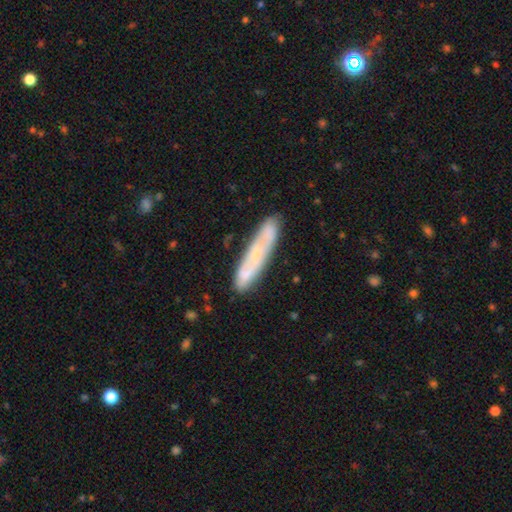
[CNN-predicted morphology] A featured or disk galaxy (47%).

Vote fractions:
- Smooth or featured? featured or disk: 47% / smooth: 46% / star or artifact: 7%
- Merging? none: 80% / minor disturbance: 14% / merger: 3% / major disturbance: 3%